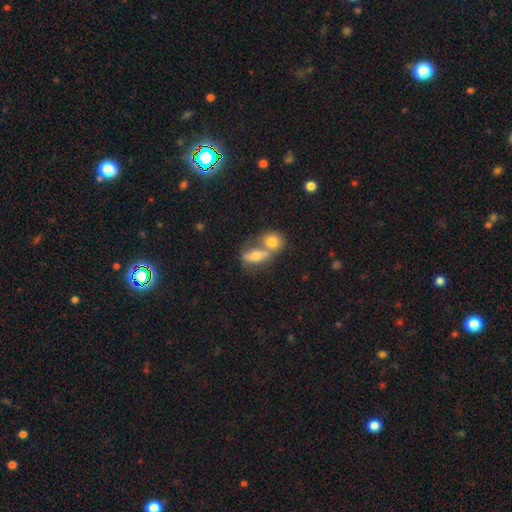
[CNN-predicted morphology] Smooth or featured? Predicted: smooth (p=0.67). How rounded? Predicted: in between (p=0.65). Merging? Predicted: merger (p=0.57).